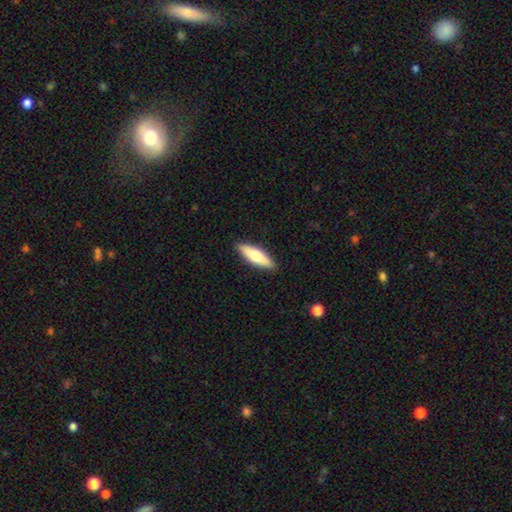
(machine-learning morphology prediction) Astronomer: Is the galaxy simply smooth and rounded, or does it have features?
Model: smooth — 69%.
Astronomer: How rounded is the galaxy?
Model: cigar-shaped — 57% (runner-up: in between, 41%).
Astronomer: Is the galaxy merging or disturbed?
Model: none — 90%.